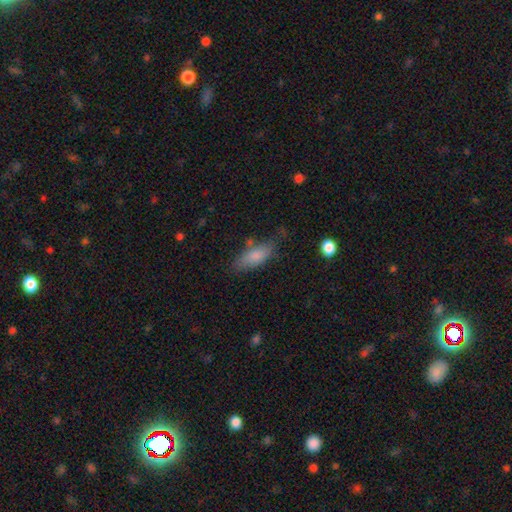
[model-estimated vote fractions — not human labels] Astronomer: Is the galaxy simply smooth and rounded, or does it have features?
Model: smooth — 79%.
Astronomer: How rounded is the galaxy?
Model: in between — 72%.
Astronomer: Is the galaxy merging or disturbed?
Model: none — 64%.